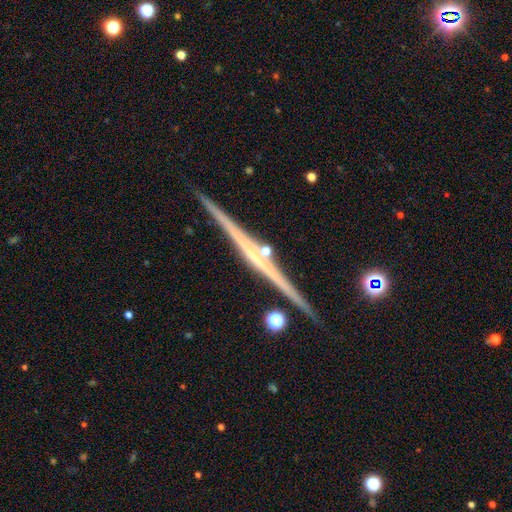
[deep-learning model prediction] Q: Smooth or featured?
A: featured or disk (80%); runner-up: smooth (13%)
Q: Edge-on disk?
A: yes (98%); runner-up: no (2%)
Q: Edge-on bulge?
A: none (62%); runner-up: rounded (30%)
Q: Merging?
A: none (89%); runner-up: minor disturbance (7%)